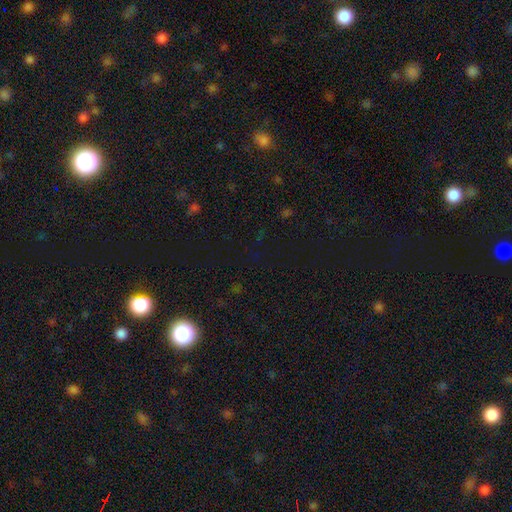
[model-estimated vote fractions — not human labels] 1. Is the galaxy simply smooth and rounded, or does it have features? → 71% star or artifact, 21% smooth, 8% featured or disk.